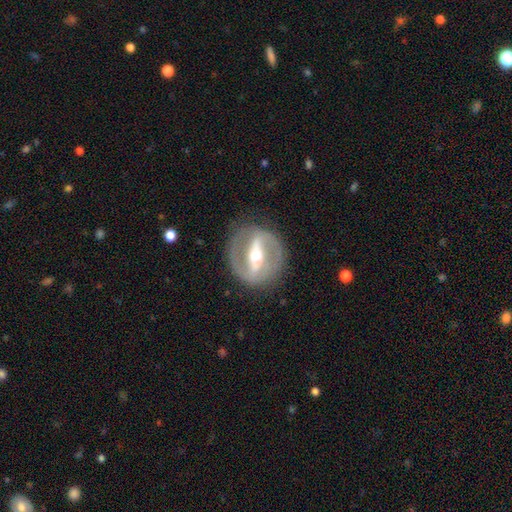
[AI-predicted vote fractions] A featured or disk galaxy (86%) with a strong bar (76%), 2 (88%) medium (44%) spiral arms (78%) and a moderate central bulge (63%). Merging: none (85%).